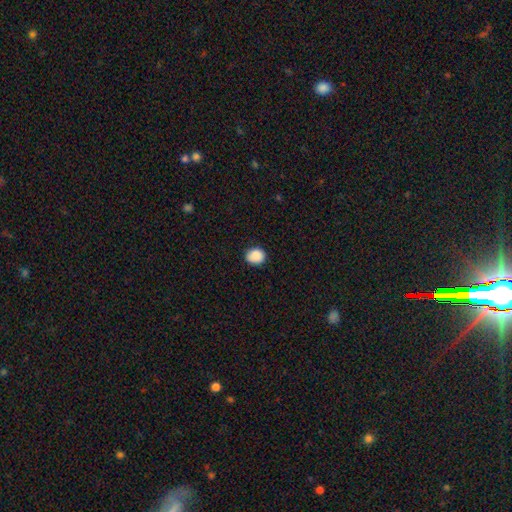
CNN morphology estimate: A smooth galaxy with no disk features (88%) that is round (70%). Merging: none (84%).